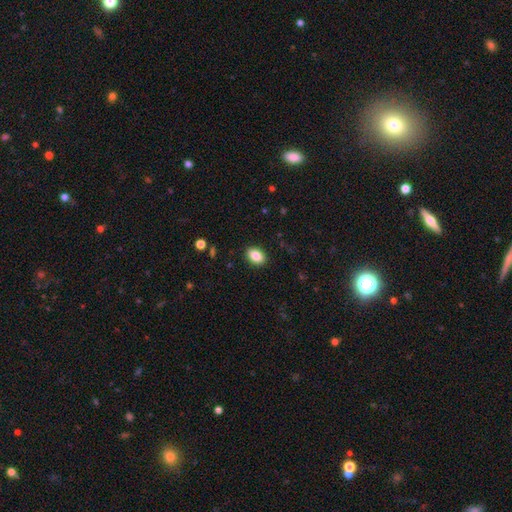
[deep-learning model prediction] Smooth or featured? Predicted: smooth (p=0.86). How rounded? Predicted: in between (p=0.82). Merging? Predicted: none (p=0.90).